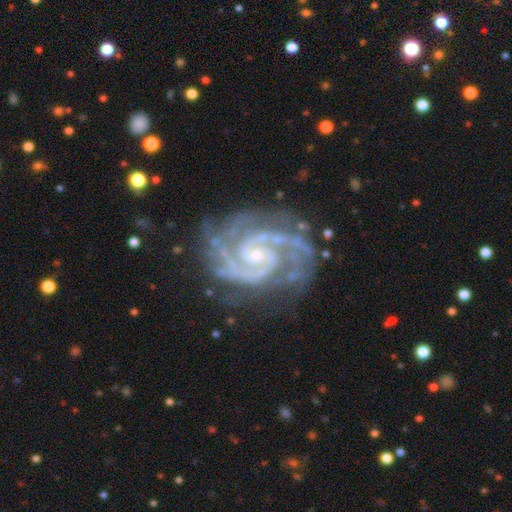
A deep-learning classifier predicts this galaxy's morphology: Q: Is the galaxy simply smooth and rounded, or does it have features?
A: featured or disk — 94%.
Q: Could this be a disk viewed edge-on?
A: no — 98%.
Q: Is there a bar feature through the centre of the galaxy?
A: no — 56%.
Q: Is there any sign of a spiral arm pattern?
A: yes — 99%.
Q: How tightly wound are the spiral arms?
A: tight — 60%.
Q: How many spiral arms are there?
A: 2 — 71%.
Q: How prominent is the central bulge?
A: small — 73%.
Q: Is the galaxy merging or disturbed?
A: none — 72%.